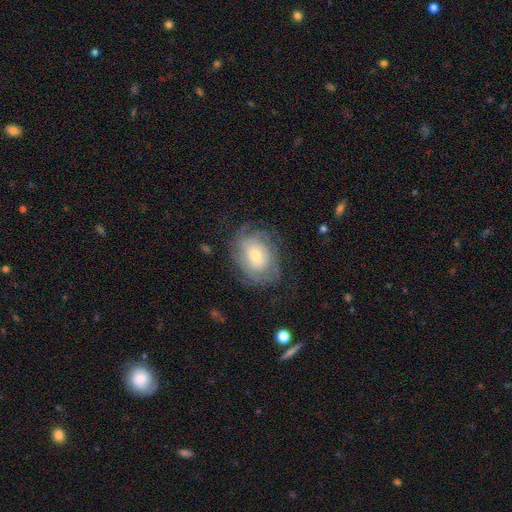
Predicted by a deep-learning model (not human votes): Overall: featured or disk (65%; smooth 27%). Edge-on disk: no (96%). Bar: no (76%). Spiral arms: yes (83%). Spiral arm count: can't tell (53%; 2 17%). Spiral winding: tight (64%; medium 26%). Bulge size: small (48%; moderate 42%). Merging: none (68%).